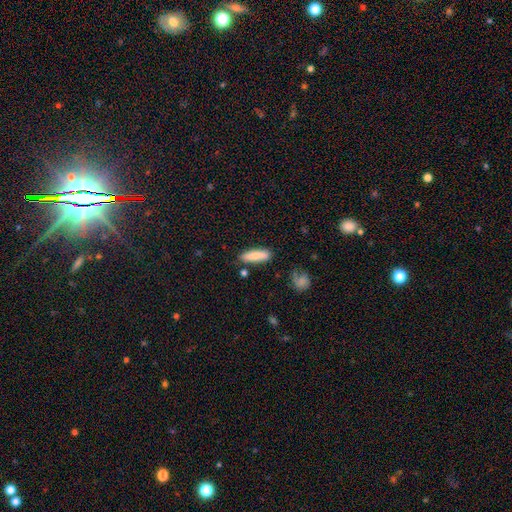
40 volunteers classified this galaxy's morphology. Smooth or featured?
  - smooth: 68% *
  - featured or disk: 22%
  - star or artifact: 10%
How rounded?
  - cigar-shaped: 52% *
  - in between: 48%
  - round: 0%
Merging?
  - none: 83% *
  - minor disturbance: 11%
  - major disturbance: 3%
  - merger: 3%